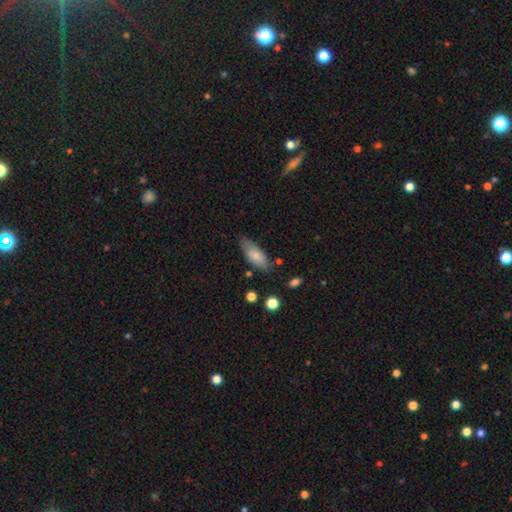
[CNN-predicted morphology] Smooth or featured? smooth (78%)
How rounded? in between (78%)
Merging? none (72%)